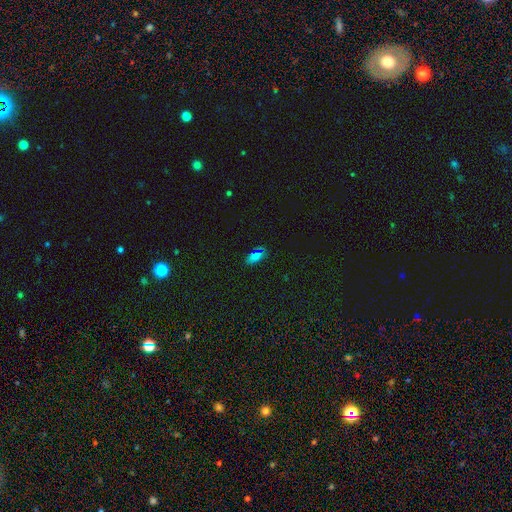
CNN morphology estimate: The model was most divided on "smooth or featured": smooth: 65%, star or artifact: 22%, featured or disk: 13%. More confident: how rounded — in between (88%); merging — none (73%).